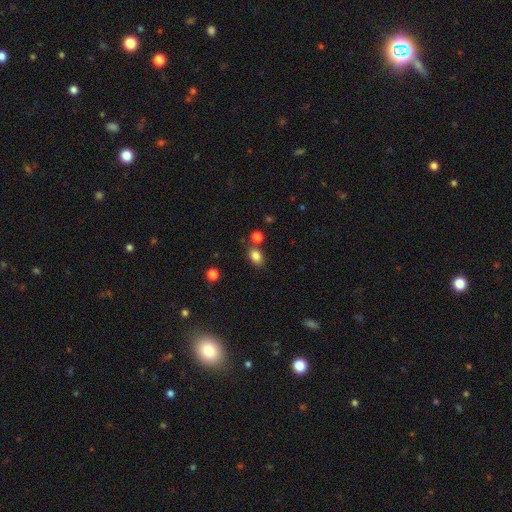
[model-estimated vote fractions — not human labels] Overall: smooth (83%). How rounded: in between (67%; round 32%). Merging: none (70%).